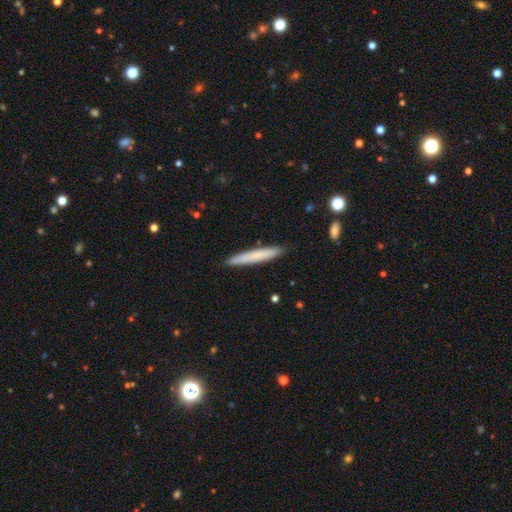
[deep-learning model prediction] smooth-or-featured: smooth: 72% | featured or disk: 22% | star or artifact: 6%
  how-rounded: cigar-shaped: 96% | in between: 3% | round: 1%
  merging: none: 89% | minor disturbance: 8% | major disturbance: 1% | merger: 1%